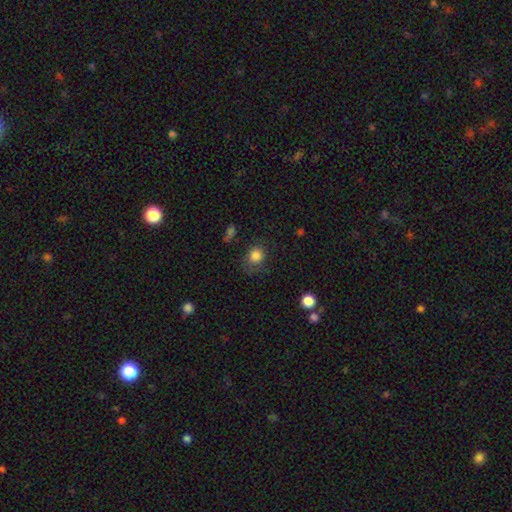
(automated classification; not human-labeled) This is clearly a smooth galaxy (82%). How rounded: likely round (75%). Merging: likely none (64%).